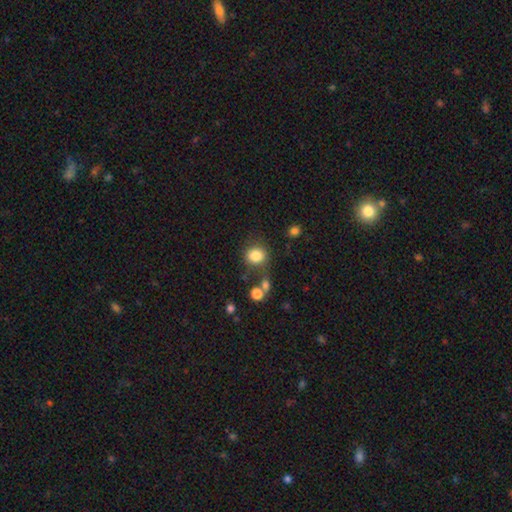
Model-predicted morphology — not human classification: Q: Smooth or featured?
A: smooth (83%); runner-up: star or artifact (11%)
Q: How rounded?
A: round (76%); runner-up: in between (23%)
Q: Merging?
A: none (71%); runner-up: minor disturbance (14%)